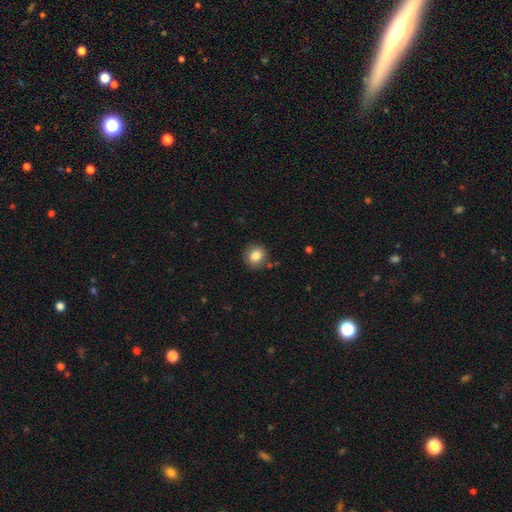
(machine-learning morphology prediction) Smooth or featured? Predicted: smooth (p=0.84). How rounded? Predicted: round (p=0.81). Merging? Predicted: none (p=0.86).